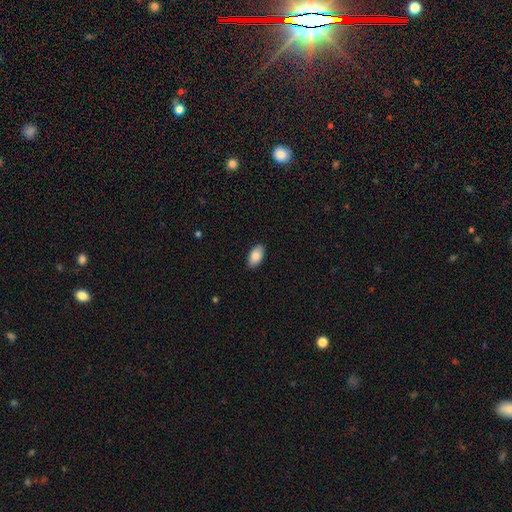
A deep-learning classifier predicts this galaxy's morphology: Smooth or featured? smooth (87%)
How rounded? in between (95%)
Merging? none (87%)